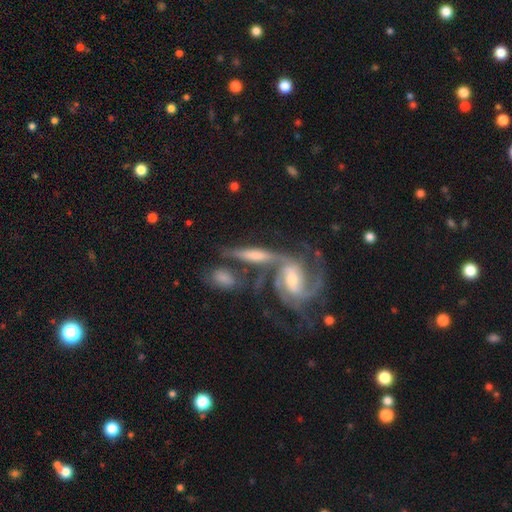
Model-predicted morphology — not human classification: Smooth or featured?
  - featured or disk: 82% *
  - smooth: 12%
  - star or artifact: 6%
Edge-on disk?
  - no: 81% *
  - yes: 19%
Bar?
  - weak: 40% *
  - no: 30%
  - strong: 29%
Spiral arms?
  - yes: 94% *
  - no: 6%
Spiral winding?
  - medium: 47% *
  - tight: 37%
  - loose: 16%
Spiral arm count?
  - 2: 60% *
  - 3: 19%
  - can't tell: 12%
  - 4: 4%
  - 1: 3%
  - more than 4: 3%
Bulge size?
  - moderate: 50% *
  - small: 39%
  - large: 6%
  - none: 3%
  - dominant: 2%
Merging?
  - none: 41% *
  - merger: 36%
  - minor disturbance: 14%
  - major disturbance: 9%